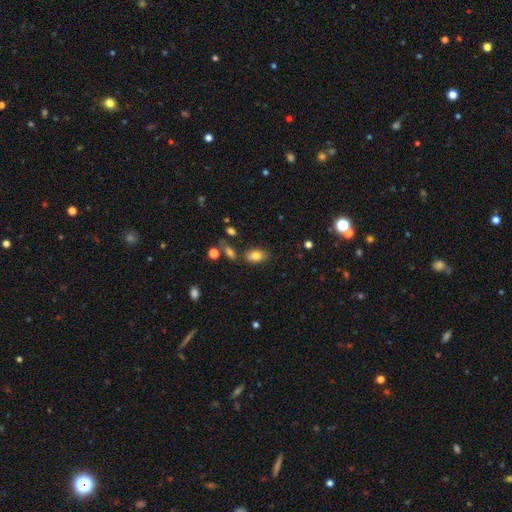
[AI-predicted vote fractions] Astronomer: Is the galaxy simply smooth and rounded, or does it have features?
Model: smooth — 80%.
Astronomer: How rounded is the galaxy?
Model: in between — 89%.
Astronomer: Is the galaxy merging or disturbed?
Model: none — 76%.